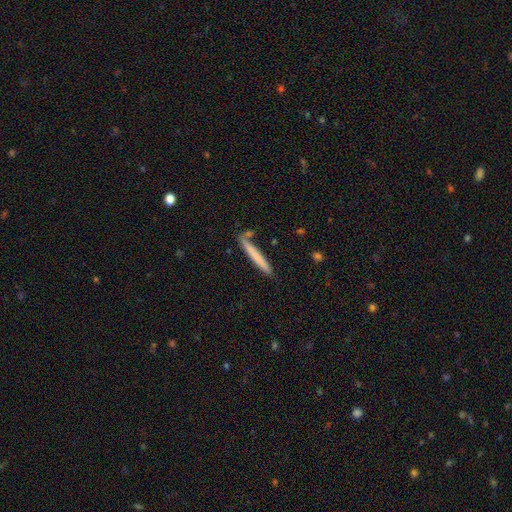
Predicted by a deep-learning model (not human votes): This appears to be a smooth galaxy with no disk features (71%) that is cigar-shaped (96%). Merging: none (81%).